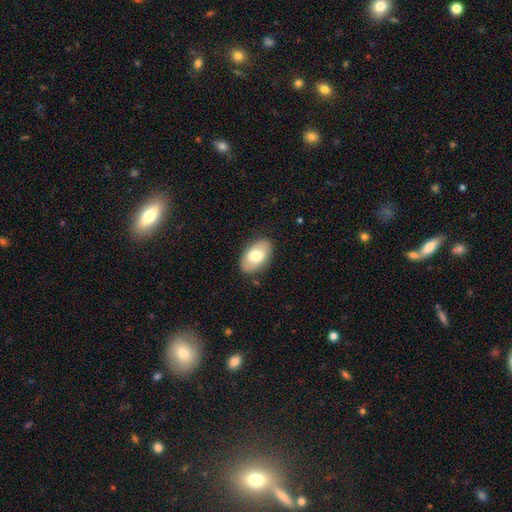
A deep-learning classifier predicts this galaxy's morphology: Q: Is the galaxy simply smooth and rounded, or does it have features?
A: smooth — 72%.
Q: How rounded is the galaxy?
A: in between — 93%.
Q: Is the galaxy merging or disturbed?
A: none — 85%.